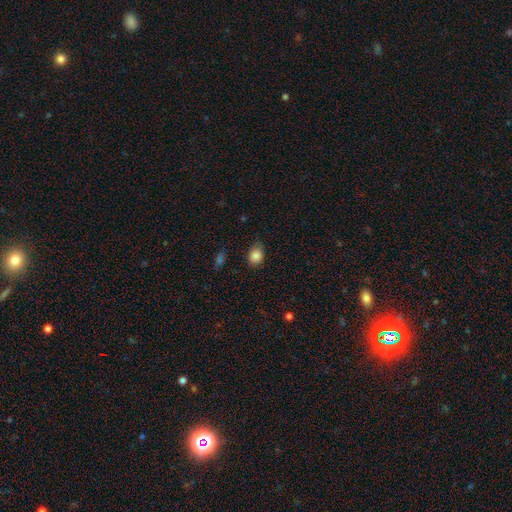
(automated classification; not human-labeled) smooth-or-featured: smooth: 86% | star or artifact: 9% | featured or disk: 5%
  how-rounded: in between: 62% | round: 37% | cigar-shaped: 1%
  merging: none: 66% | minor disturbance: 27% | major disturbance: 5% | merger: 1%